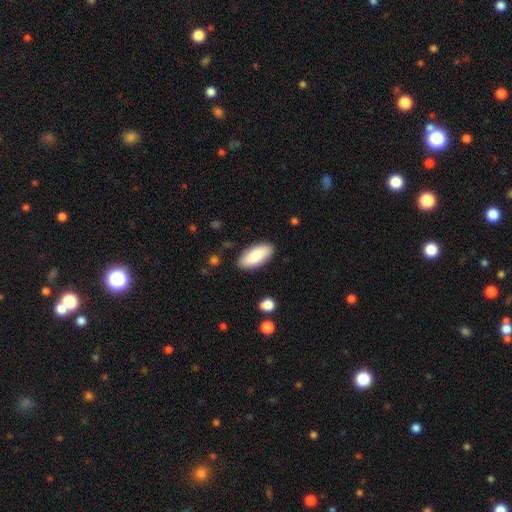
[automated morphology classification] This appears to be a smooth galaxy with no disk features (84%) that is in between round and cigar-shaped (88%). Merging: none (87%).